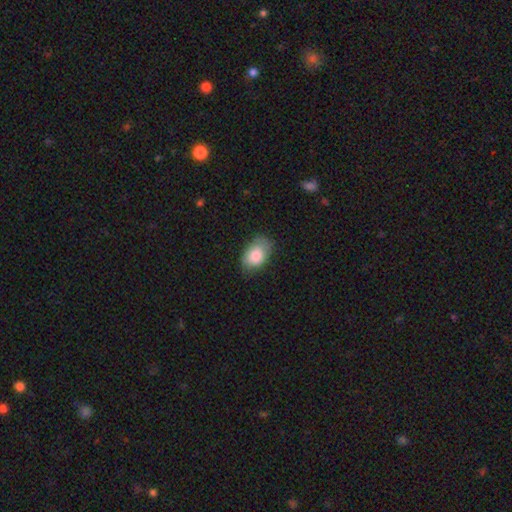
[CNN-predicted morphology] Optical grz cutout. It shows a smooth galaxy with no disk features (83%) that is in between round and cigar-shaped (85%). Merging: none (66%).